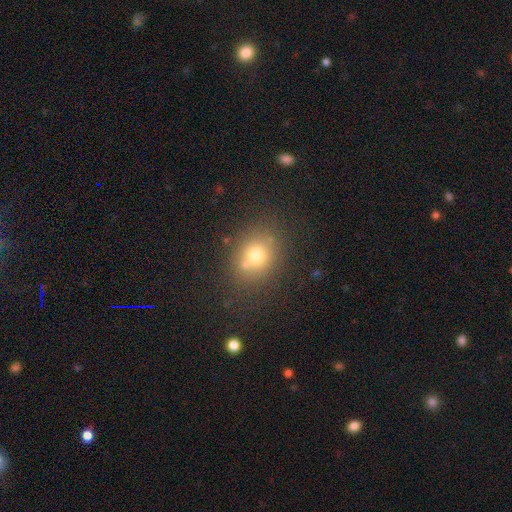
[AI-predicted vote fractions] This is likely a smooth galaxy (71%). How rounded: likely round (60%). Merging: likely none (68%).